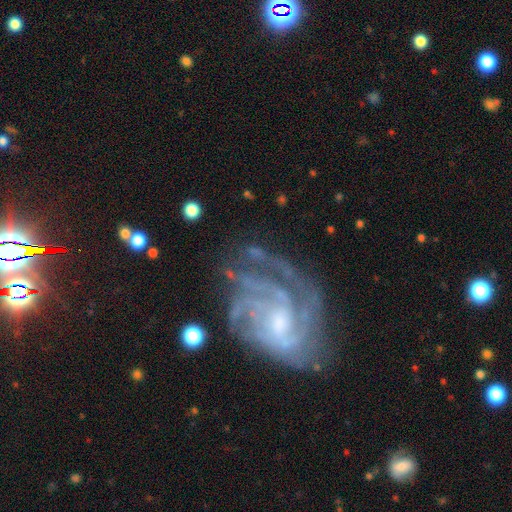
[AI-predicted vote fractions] featured or disk 82%, smooth 9%, star or artifact 8%. Down the decision tree: edge-on disk — no (97%); bar — no (57%); spiral arms — yes (93%); spiral arm count — can't tell (27%); spiral winding — tight (56%); bulge size — moderate (38%); merging — none (61%).